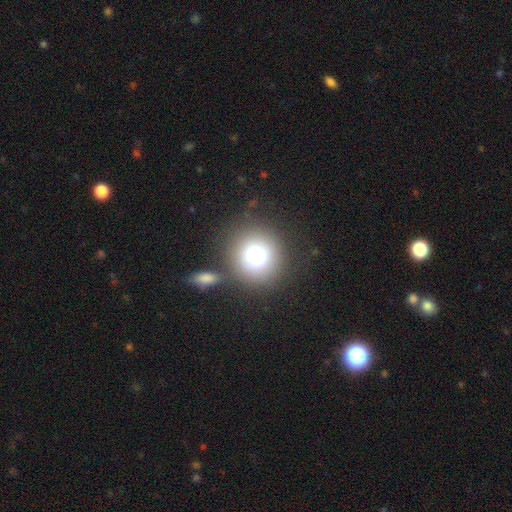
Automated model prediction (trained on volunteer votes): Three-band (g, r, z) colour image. It shows a smooth galaxy with no disk features (77%) that is round (93%). Merging: none (75%).